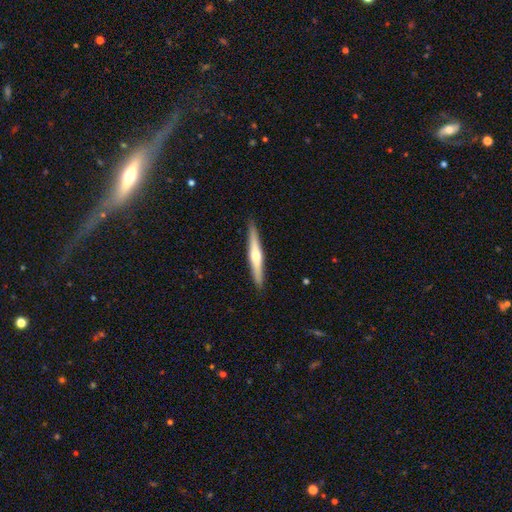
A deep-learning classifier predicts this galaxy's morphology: smooth-or-featured: featured or disk: 57% | smooth: 38% | star or artifact: 5%
  disk-edge-on: yes: 98% | no: 2%
    edge-on-bulge: rounded: 78% | none: 14% | boxy: 8%
  merging: none: 91% | minor disturbance: 7% | major disturbance: 1% | merger: 1%